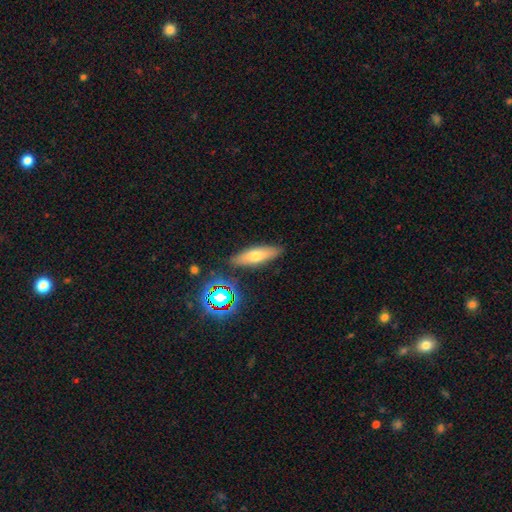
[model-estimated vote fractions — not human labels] smooth_or_featured: smooth (p=0.58) [alt: featured or disk p=0.28]
how_rounded: cigar-shaped (p=0.60) [alt: in between p=0.36]
merging: none (p=0.86) [alt: minor disturbance p=0.09]